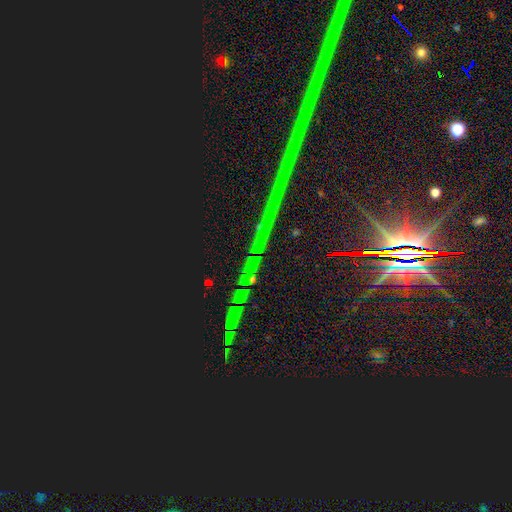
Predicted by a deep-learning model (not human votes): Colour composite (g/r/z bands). It shows a star or artifact, not a galaxy (78%).